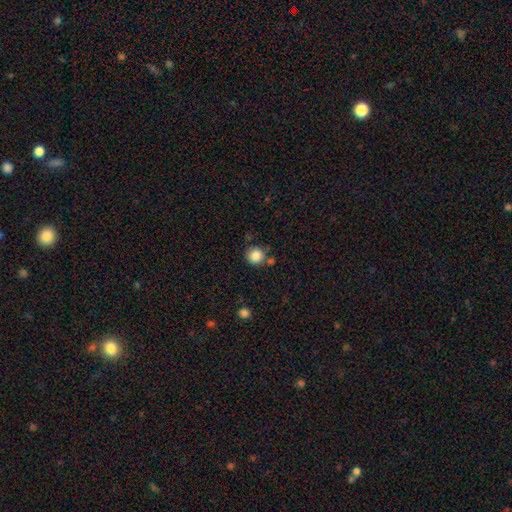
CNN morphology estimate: A smooth galaxy with no disk features (85%) that is round (92%).

Vote fractions:
- Smooth or featured? smooth: 85% / star or artifact: 10% / featured or disk: 5%
- How rounded? round: 92% / in between: 7% / cigar-shaped: 1%
- Merging? none: 75% / minor disturbance: 12% / merger: 10% / major disturbance: 3%